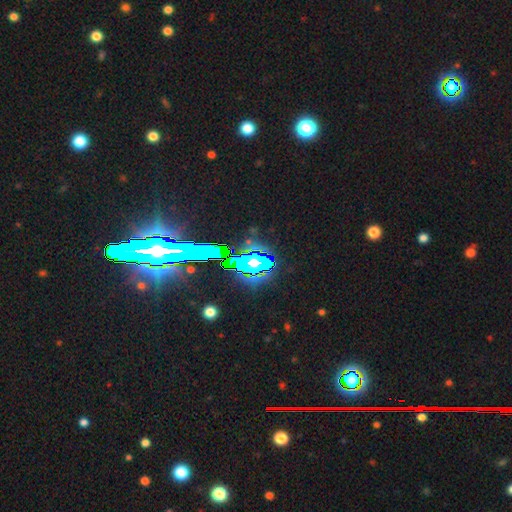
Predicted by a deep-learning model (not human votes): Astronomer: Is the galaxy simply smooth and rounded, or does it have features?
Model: star or artifact — 58%.